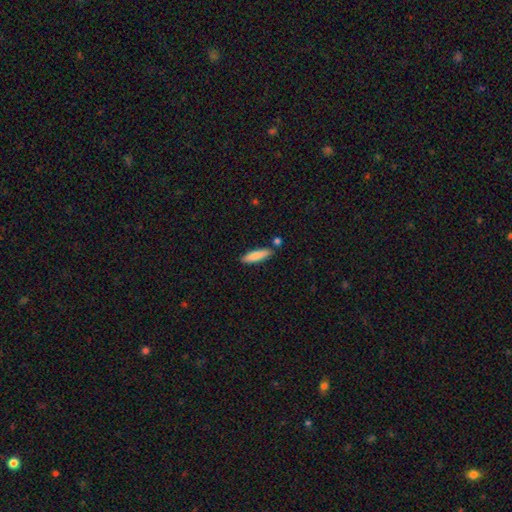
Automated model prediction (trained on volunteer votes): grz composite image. It shows a smooth galaxy with no disk features (83%) that is cigar-shaped (72%). Merging: none (81%).